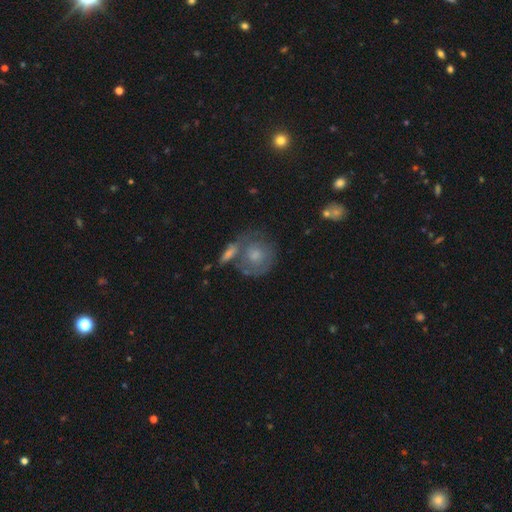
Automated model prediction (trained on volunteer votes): Morphology: type=smooth (52%); roundness=round (80%); merging=none (47%).